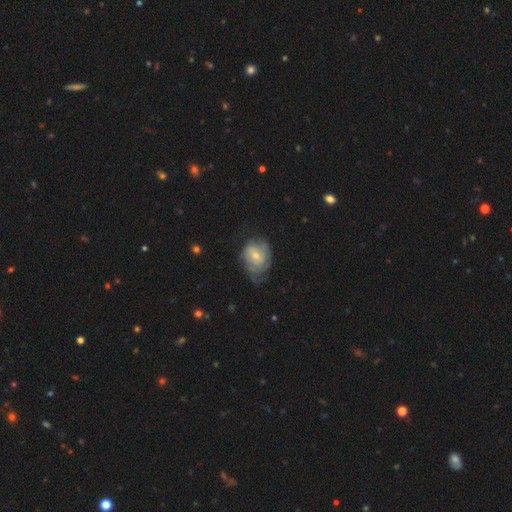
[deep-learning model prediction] A featured or disk galaxy (58%) with no bar (72%), spiral arms (79%) and a small central bulge (61%).

Vote fractions:
- Smooth or featured? featured or disk: 58% / smooth: 35% / star or artifact: 7%
- Edge-on disk? no: 97% / yes: 3%
- Bar? no: 72% / weak: 24% / strong: 4%
- Spiral arms? yes: 79% / no: 21%
- Bulge size? small: 61% / moderate: 33% / large: 2% / none: 2% / dominant: 1%
- Merging? none: 50% / minor disturbance: 29% / major disturbance: 20% / merger: 2%